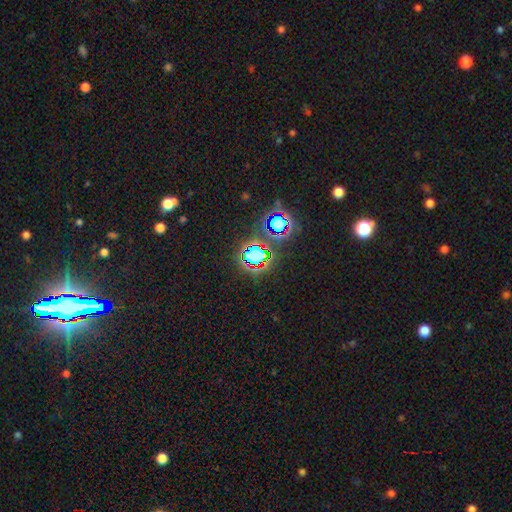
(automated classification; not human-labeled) This appears to be a star or artifact, not a galaxy (65%).